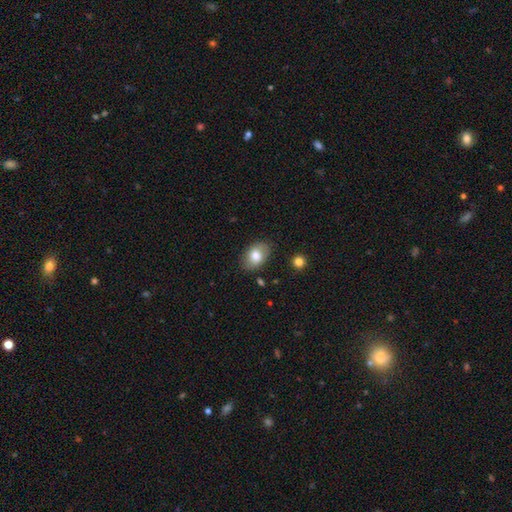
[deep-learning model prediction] A smooth galaxy with no disk features (79%) that is in between round and cigar-shaped (85%).

Vote fractions:
- Smooth or featured? smooth: 79% / featured or disk: 14% / star or artifact: 7%
- How rounded? in between: 85% / round: 14% / cigar-shaped: 1%
- Merging? none: 82% / minor disturbance: 13% / major disturbance: 3% / merger: 2%